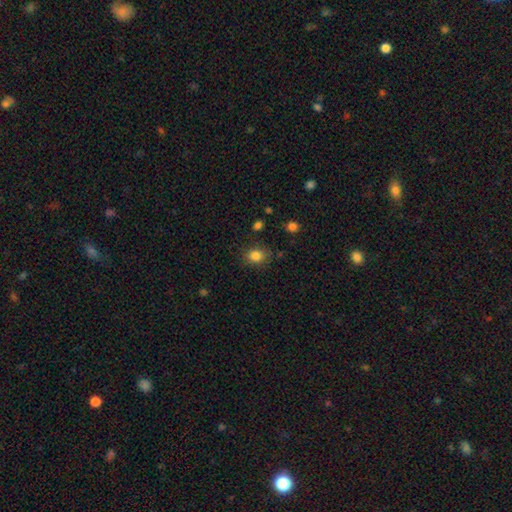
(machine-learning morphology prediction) smooth-or-featured: smooth: 84% | star or artifact: 11% | featured or disk: 5%
  how-rounded: round: 53% | in between: 46% | cigar-shaped: 1%
  merging: none: 81% | minor disturbance: 13% | major disturbance: 4% | merger: 2%